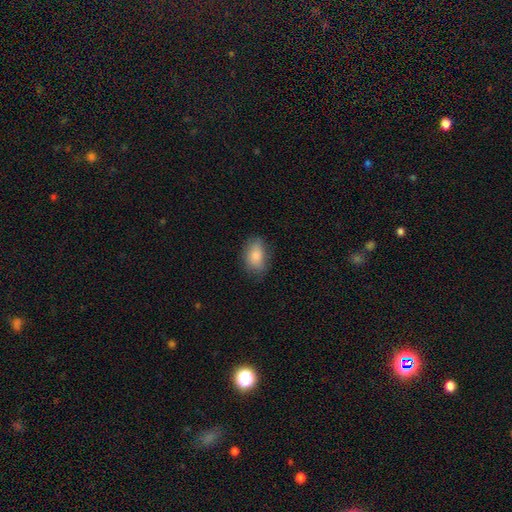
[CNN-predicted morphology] Overall: smooth (82%). How rounded: in between (88%). Merging: none (72%).